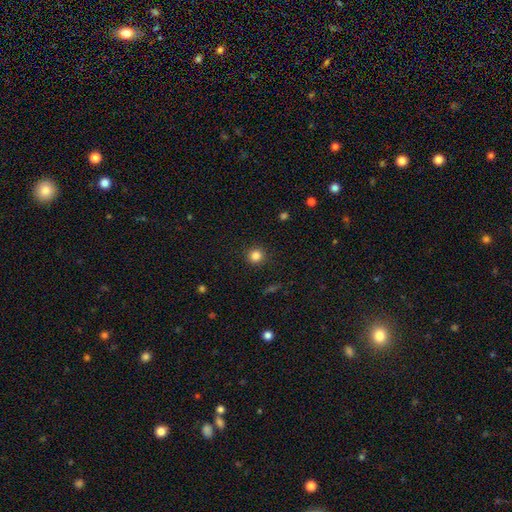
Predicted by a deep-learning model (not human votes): This appears to be a smooth galaxy with no disk features (83%) that is round (93%). Merging: none (91%).